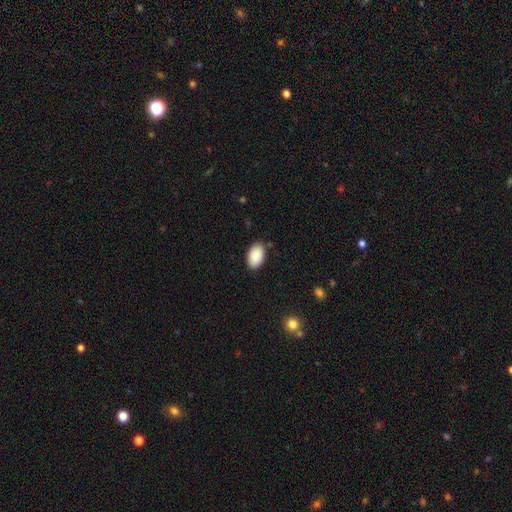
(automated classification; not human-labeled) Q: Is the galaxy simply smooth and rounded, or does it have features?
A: smooth — 91%.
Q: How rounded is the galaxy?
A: in between — 94%.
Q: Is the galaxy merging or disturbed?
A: none — 85%.